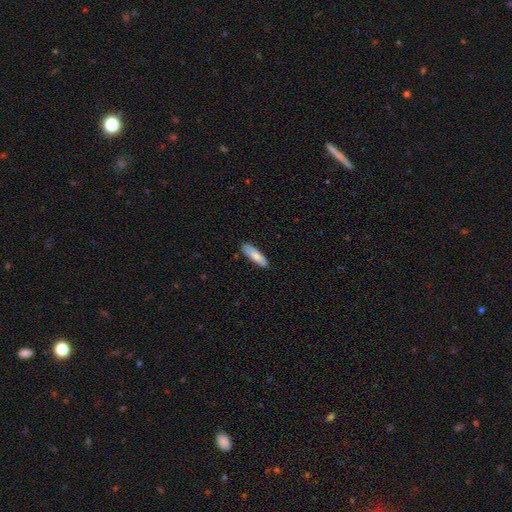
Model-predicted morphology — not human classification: Smooth or featured?
  - smooth: 82% *
  - featured or disk: 12%
  - star or artifact: 5%
How rounded?
  - in between: 49% * (tied)
  - cigar-shaped: 49% * (tied)
  - round: 1%
Merging?
  - none: 86% *
  - minor disturbance: 11%
  - major disturbance: 2%
  - merger: 1%